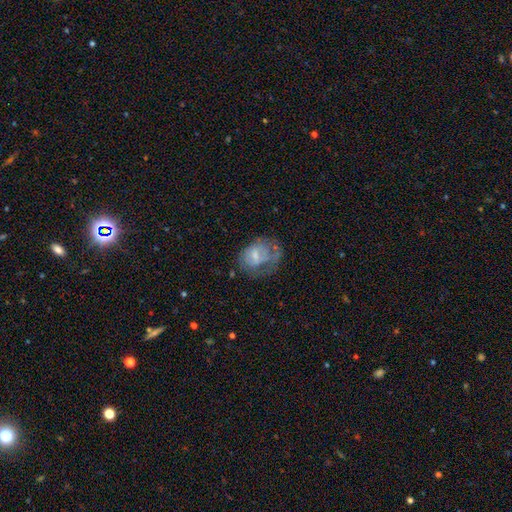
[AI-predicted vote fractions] Smooth or featured: smooth — 46% (featured or disk — 44%)
Merging: major disturbance — 38% (none — 31%)